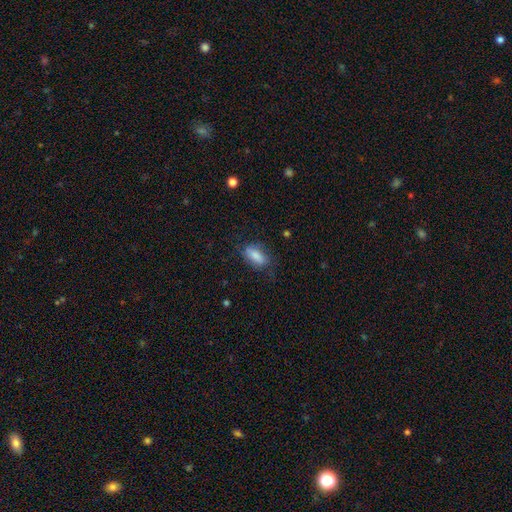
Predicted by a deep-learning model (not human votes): smooth-or-featured: smooth: 82% | featured or disk: 11% | star or artifact: 7%
  how-rounded: in between: 80% | cigar-shaped: 17% | round: 4%
  merging: none: 71% | minor disturbance: 20% | major disturbance: 8% | merger: 1%